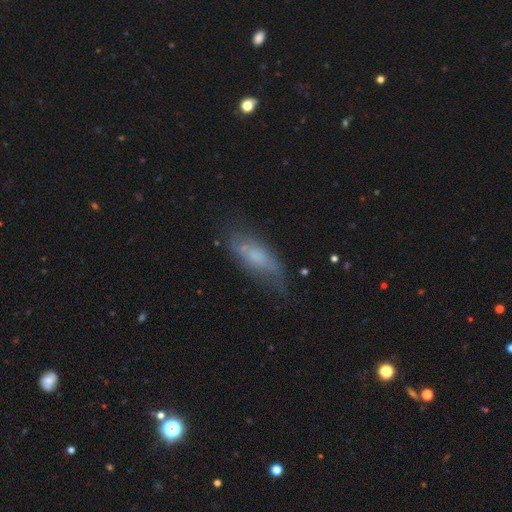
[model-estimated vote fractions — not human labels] A smooth galaxy with no disk features (54%) that is in between round and cigar-shaped (58%). Merging: none (57%).